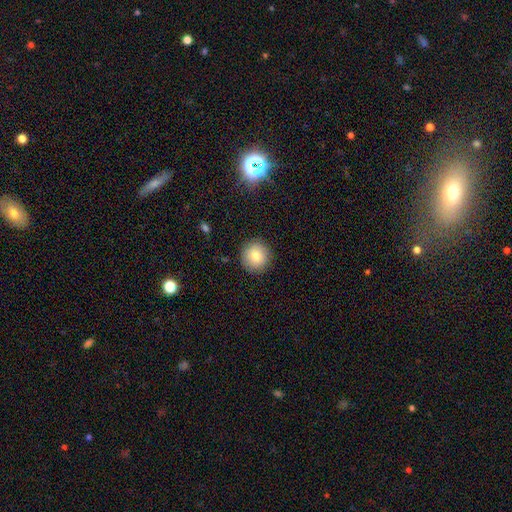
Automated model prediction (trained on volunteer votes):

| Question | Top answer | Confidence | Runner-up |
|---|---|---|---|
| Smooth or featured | smooth | 80% | featured or disk (10%) |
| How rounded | round | 94% | in between (5%) |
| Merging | none | 90% | minor disturbance (6%) |